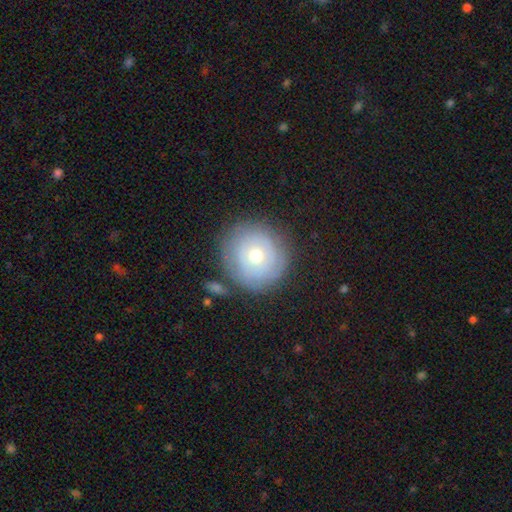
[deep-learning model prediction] The model was most divided on "smooth or featured": featured or disk: 49%, smooth: 43%, star or artifact: 8%. More confident: merging — none (78%).